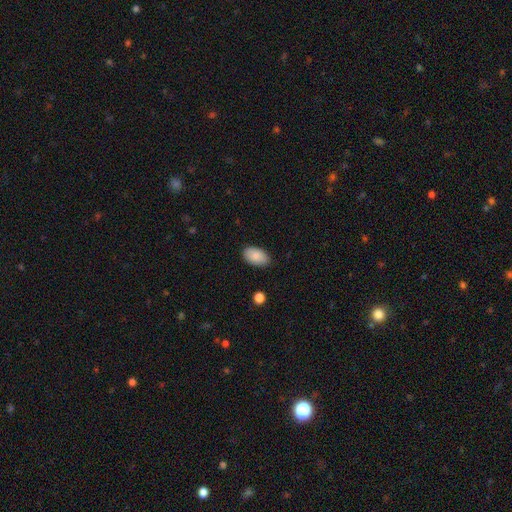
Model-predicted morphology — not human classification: Q: Smooth or featured?
A: smooth (88%); runner-up: star or artifact (7%)
Q: How rounded?
A: in between (94%); runner-up: round (4%)
Q: Merging?
A: none (86%); runner-up: minor disturbance (11%)